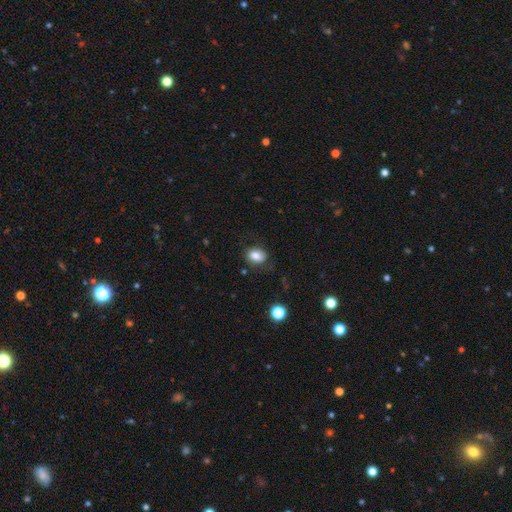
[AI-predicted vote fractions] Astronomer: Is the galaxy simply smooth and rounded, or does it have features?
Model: smooth — 81%.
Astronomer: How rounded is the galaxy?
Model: in between — 69%.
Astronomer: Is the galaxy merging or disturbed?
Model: none — 74%.